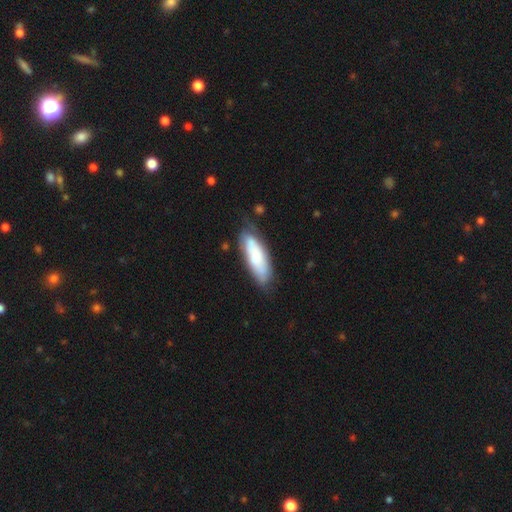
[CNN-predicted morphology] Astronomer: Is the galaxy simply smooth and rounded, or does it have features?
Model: smooth — 68%.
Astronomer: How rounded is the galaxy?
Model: in between — 55% (runner-up: cigar-shaped, 44%).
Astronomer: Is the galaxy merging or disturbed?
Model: none — 65%.